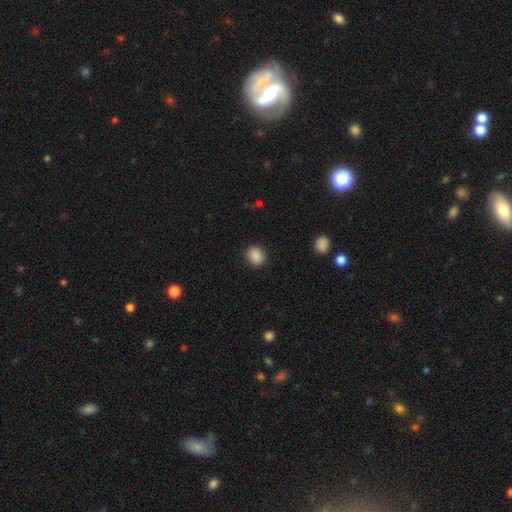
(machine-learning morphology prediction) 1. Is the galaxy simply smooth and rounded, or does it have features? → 88% smooth, 8% star or artifact, 4% featured or disk.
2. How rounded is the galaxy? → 79% round, 20% in between, 1% cigar-shaped.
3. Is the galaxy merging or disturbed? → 90% none, 7% minor disturbance, 2% major disturbance, 1% merger.